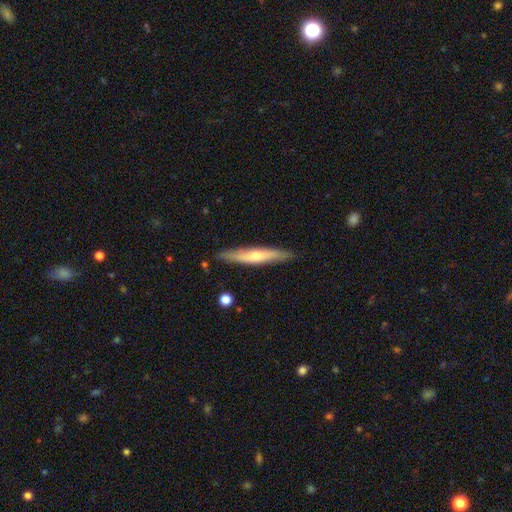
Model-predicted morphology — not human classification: A featured or disk galaxy (52%) viewed edge-on (89%). Merging: none (87%).